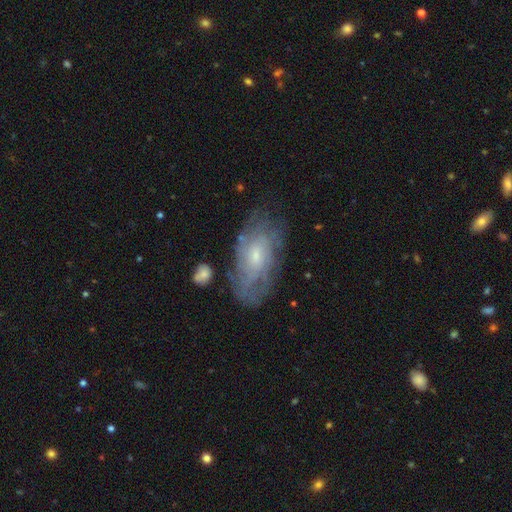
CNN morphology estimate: smooth-or-featured: featured or disk: 70% | smooth: 22% | star or artifact: 7%
  disk-edge-on: no: 93% | yes: 7%
    bar: no: 69% | weak: 27% | strong: 4%
    has-spiral-arms: yes: 83% | no: 17%
      spiral-winding: tight: 59% | medium: 30% | loose: 11%
      spiral-arm-count: can't tell: 61% | 2: 11% | 4: 10% | 3: 8% | more than 4: 6% | 1: 4%
    bulge-size: small: 71% | moderate: 23% | none: 3% | large: 2% | dominant: 1%
  merging: none: 69% | minor disturbance: 20% | major disturbance: 8% | merger: 3%